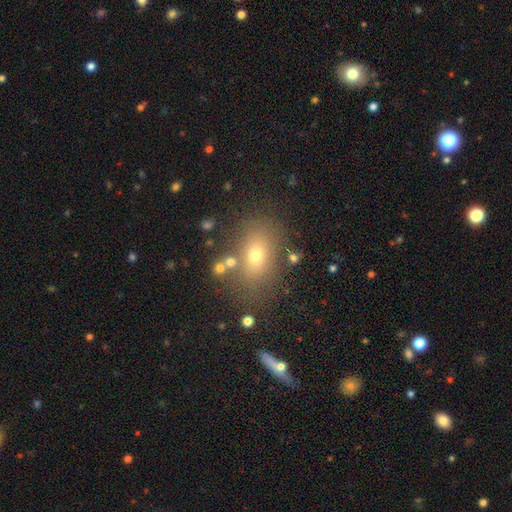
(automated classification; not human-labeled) Overall: smooth (66%). How rounded: in between (75%). Merging: none (74%).